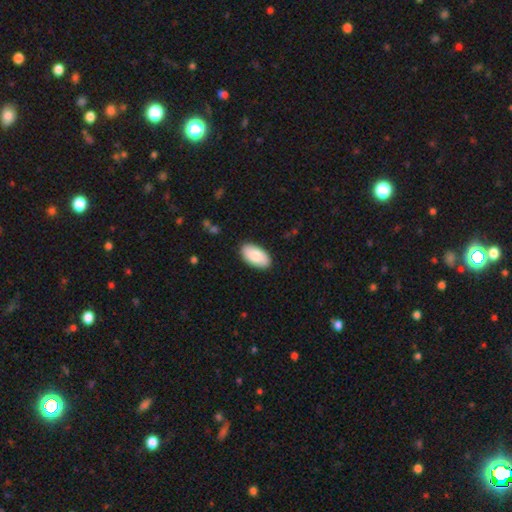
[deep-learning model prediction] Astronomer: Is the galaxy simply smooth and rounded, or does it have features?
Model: smooth — 85%.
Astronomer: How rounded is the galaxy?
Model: in between — 96%.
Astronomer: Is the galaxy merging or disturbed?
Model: none — 88%.